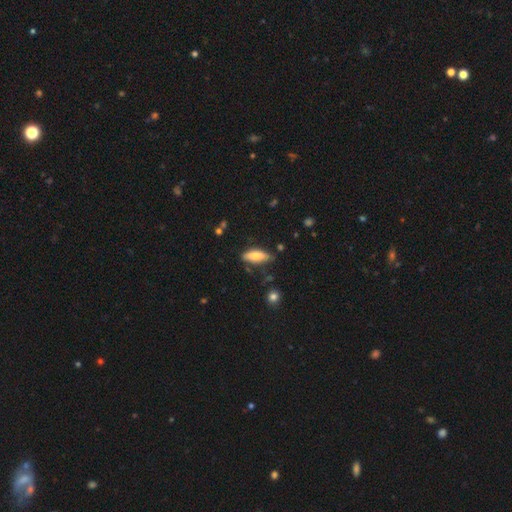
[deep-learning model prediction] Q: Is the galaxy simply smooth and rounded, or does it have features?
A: smooth — 71%.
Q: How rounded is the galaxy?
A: in between — 62%.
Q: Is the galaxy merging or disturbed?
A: none — 76%.